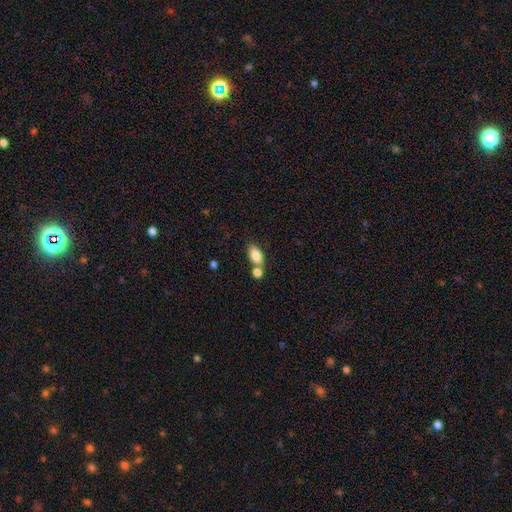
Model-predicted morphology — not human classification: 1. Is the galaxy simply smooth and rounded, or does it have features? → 83% smooth, 9% featured or disk, 8% star or artifact.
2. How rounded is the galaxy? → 90% in between, 7% round, 3% cigar-shaped.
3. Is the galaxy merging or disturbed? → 54% none, 32% merger, 11% minor disturbance, 3% major disturbance.